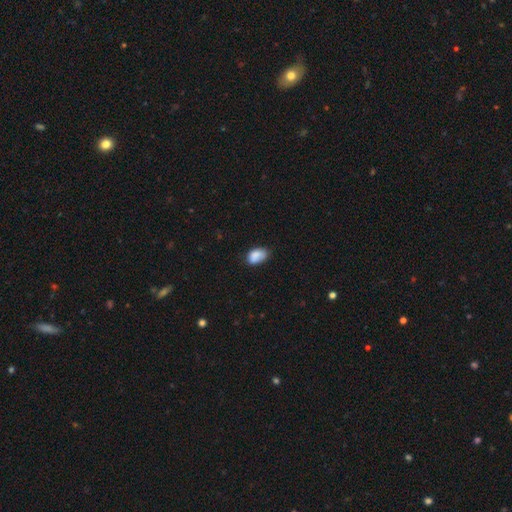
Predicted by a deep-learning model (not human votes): Smooth or featured? Predicted: smooth (p=0.84). How rounded? Predicted: in between (p=0.87). Merging? Predicted: none (p=0.55).